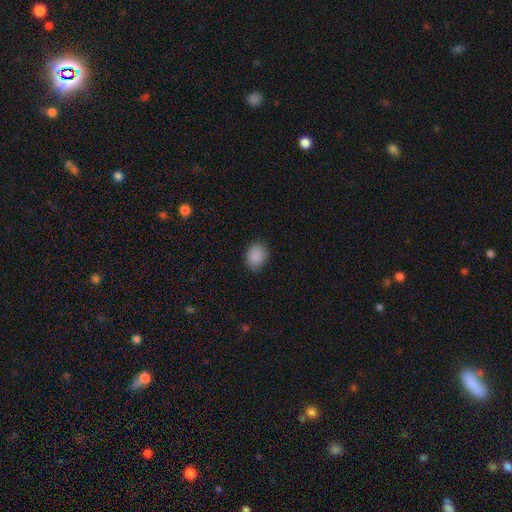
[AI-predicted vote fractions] Smooth or featured? smooth (88%)
How rounded? in between (51%)
Merging? none (82%)